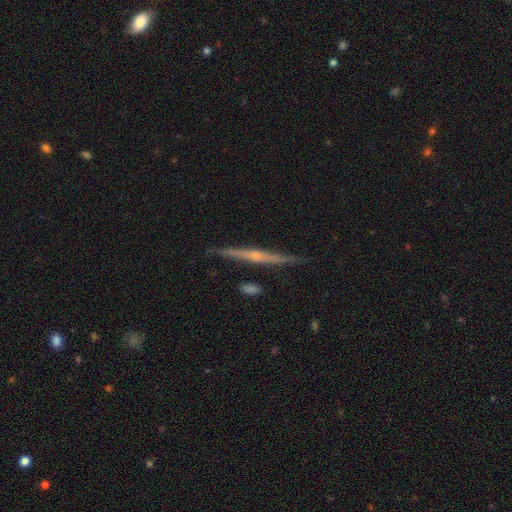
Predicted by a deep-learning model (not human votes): Smooth or featured: featured or disk — 77% (smooth — 17%)
Edge-on disk: yes — 98% (no — 2%)
Edge-on bulge: rounded — 65% (none — 28%)
Merging: none — 87% (minor disturbance — 9%)